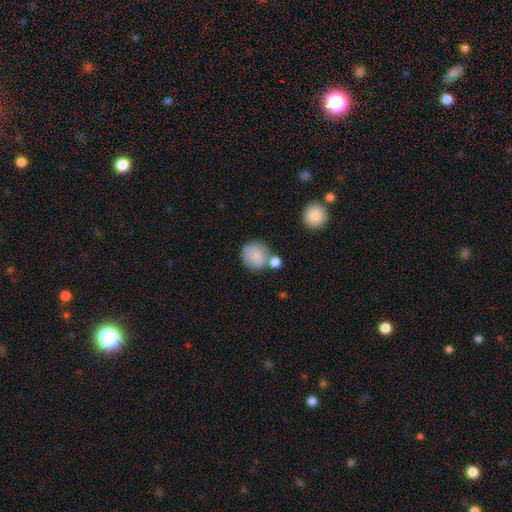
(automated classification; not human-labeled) Q: Smooth or featured?
A: smooth (81%); runner-up: featured or disk (12%)
Q: How rounded?
A: round (83%); runner-up: in between (16%)
Q: Merging?
A: none (54%); runner-up: merger (22%)